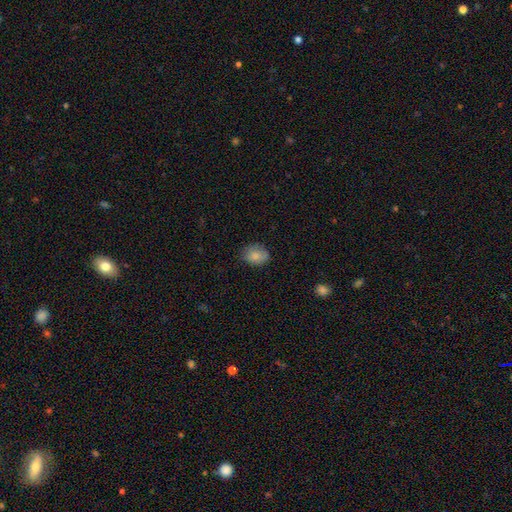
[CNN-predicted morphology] Smooth or featured? smooth (84%)
How rounded? in between (56%)
Merging? none (73%)